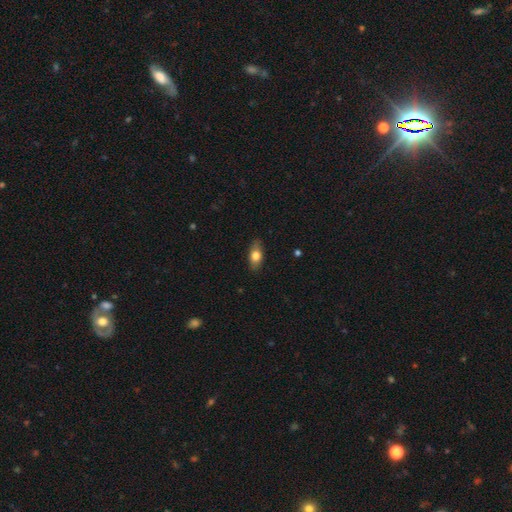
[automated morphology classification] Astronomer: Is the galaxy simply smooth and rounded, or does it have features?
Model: smooth — 73%.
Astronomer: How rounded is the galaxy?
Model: in between — 83%.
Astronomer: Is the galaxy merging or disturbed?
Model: none — 84%.